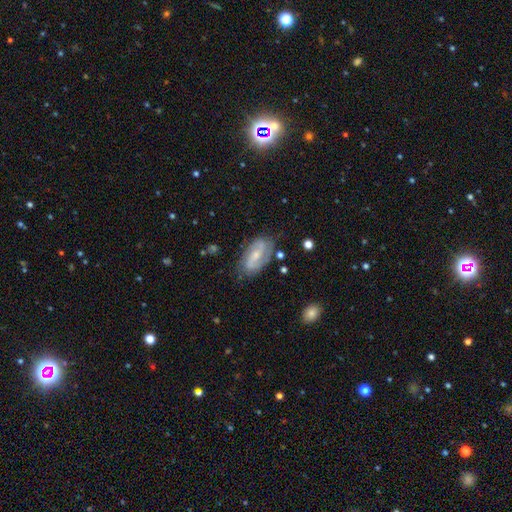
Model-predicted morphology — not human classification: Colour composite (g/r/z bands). It shows a featured or disk galaxy (73%) with a weak bar (46%), 2 (82%) medium (44%) spiral arms (91%) and a small central bulge (55%). Merging: none (74%).